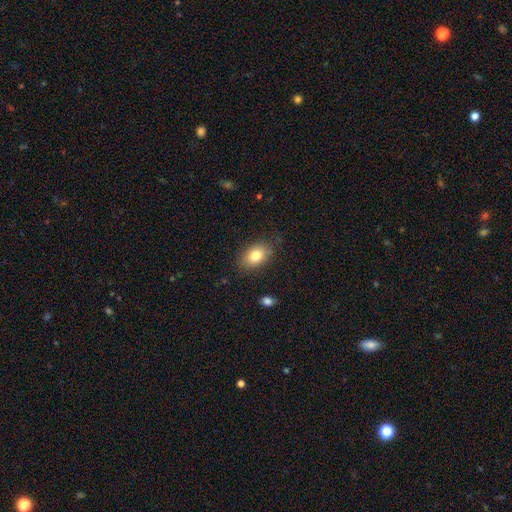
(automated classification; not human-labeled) Smooth or featured? smooth (80%)
How rounded? in between (81%)
Merging? none (79%)